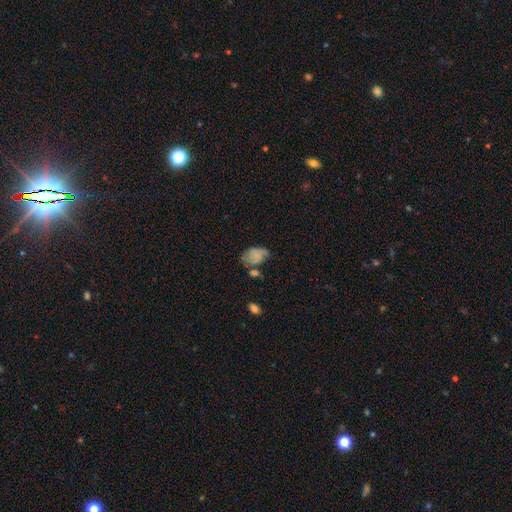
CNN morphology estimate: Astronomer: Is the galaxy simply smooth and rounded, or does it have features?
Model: smooth — 60%.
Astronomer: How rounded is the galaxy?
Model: in between — 80%.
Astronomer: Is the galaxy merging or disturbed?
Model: none — 39% (runner-up: minor disturbance, 31%).